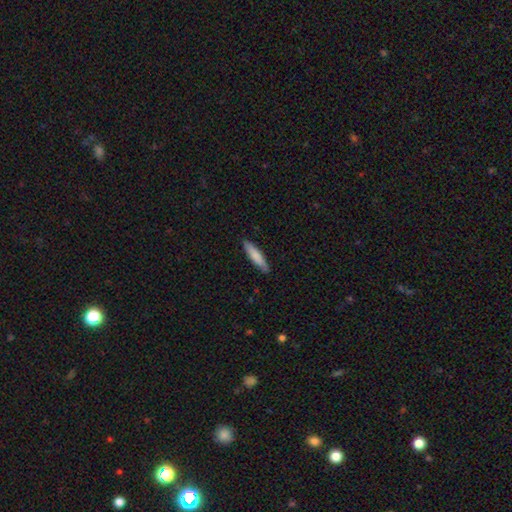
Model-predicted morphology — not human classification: smooth 79%, featured or disk 16%, star or artifact 5%. Down the decision tree: how rounded — cigar-shaped (84%); merging — none (88%).